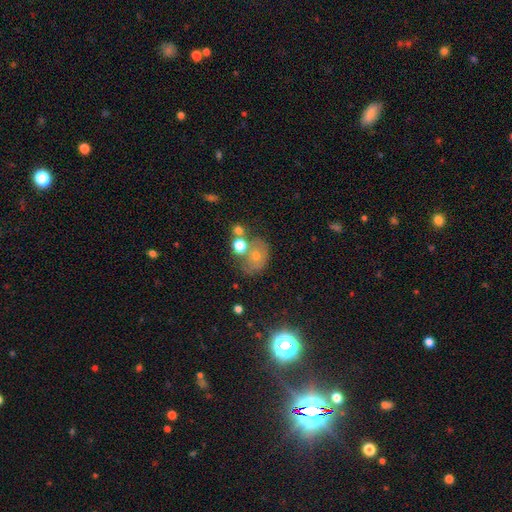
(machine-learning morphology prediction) This is possibly a smooth galaxy (46%). Merging: possibly none (54%).